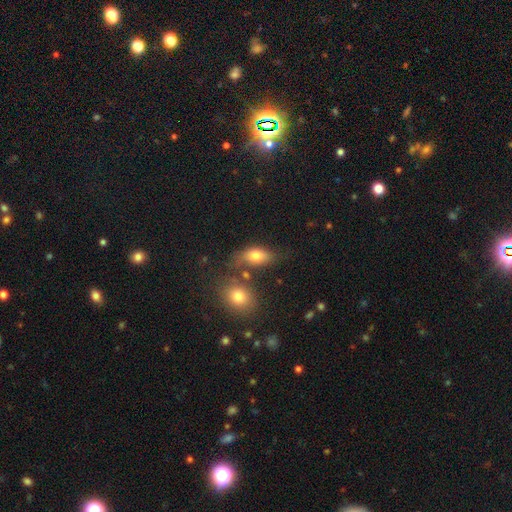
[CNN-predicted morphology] A smooth galaxy with no disk features (76%) that is in between round and cigar-shaped (82%). Merging: none (52%).